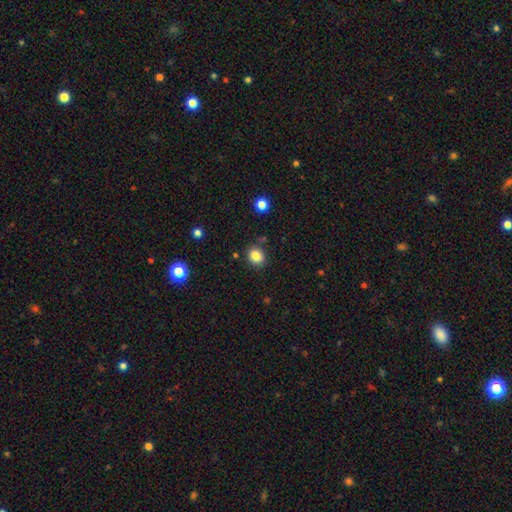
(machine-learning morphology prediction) Smooth or featured?
  - smooth: 84% *
  - star or artifact: 11%
  - featured or disk: 6%
How rounded?
  - round: 60% *
  - in between: 39%
  - cigar-shaped: 1%
Merging?
  - none: 82% *
  - minor disturbance: 11%
  - merger: 4%
  - major disturbance: 3%